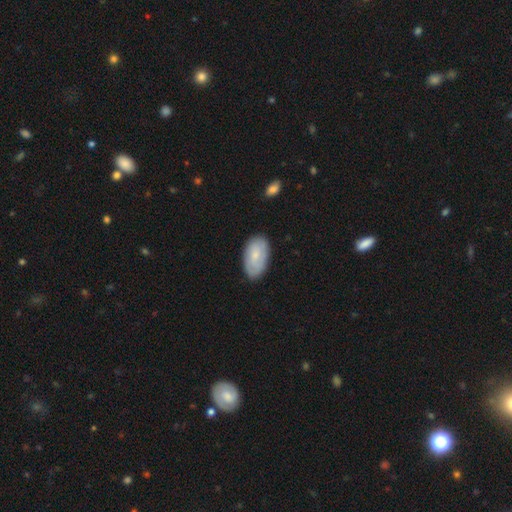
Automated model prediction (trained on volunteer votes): This appears to be a smooth galaxy with no disk features (68%) that is in between round and cigar-shaped (94%). Merging: none (81%).